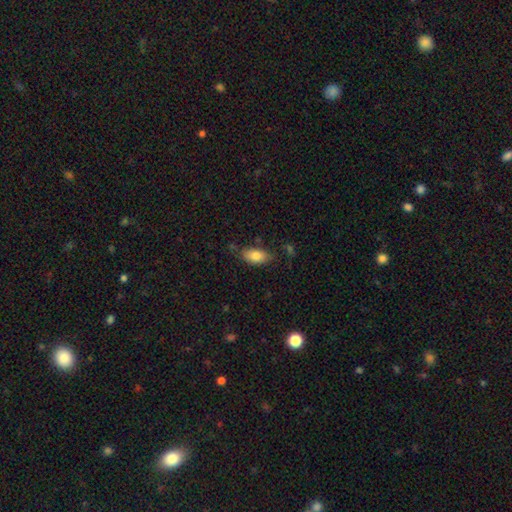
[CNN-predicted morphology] Smooth or featured?
  - smooth: 82% *
  - featured or disk: 11%
  - star or artifact: 7%
How rounded?
  - in between: 91% *
  - cigar-shaped: 4%
  - round: 4%
Merging?
  - none: 72% *
  - minor disturbance: 20%
  - major disturbance: 5%
  - merger: 3%